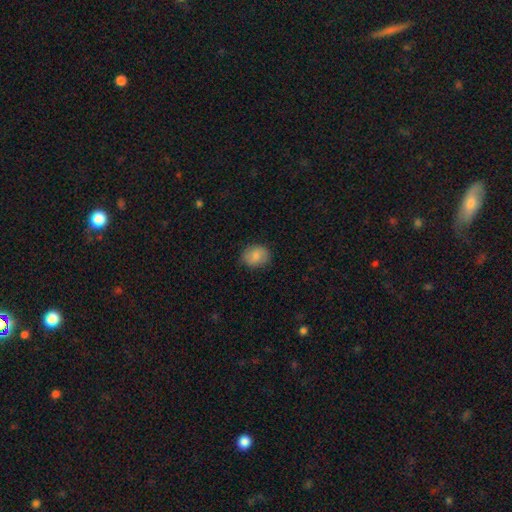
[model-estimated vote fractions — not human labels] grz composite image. It shows a smooth galaxy with no disk features (84%) that is round (53%). Merging: none (83%).